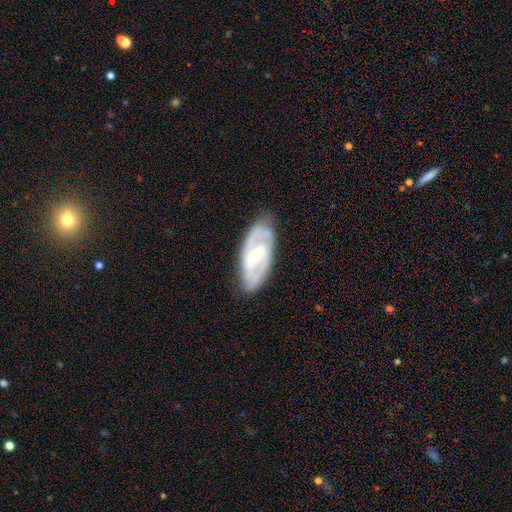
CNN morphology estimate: A featured or disk galaxy (83%) with a strong bar (44%), 2 (76%) medium (45%) spiral arms (89%) and a moderate central bulge (48%, tied with small).

Vote fractions:
- Smooth or featured? featured or disk: 83% / smooth: 12% / star or artifact: 5%
- Edge-on disk? no: 92% / yes: 8%
- Bar? strong: 44% / weak: 42% / no: 14%
- Spiral arms? yes: 89% / no: 11%
- Spiral winding? medium: 45% / tight: 42% / loose: 14%
- Spiral arm count? 2: 76% / can't tell: 14% / 3: 5% / 1: 2% / 4: 2% / more than 4: 1%
- Bulge size? moderate: 48% (tied) / small: 48% (tied) / large: 2% / none: 1% / dominant: 1%
- Merging? none: 79% / minor disturbance: 16% / major disturbance: 4% / merger: 1%